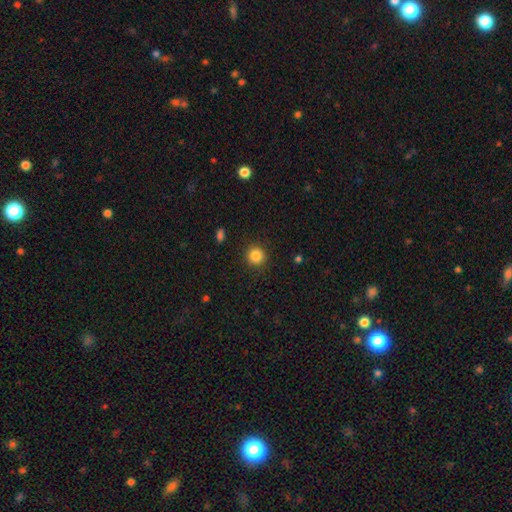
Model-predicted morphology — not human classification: This is clearly a smooth galaxy (85%). How rounded: clearly round (93%). Merging: clearly none (90%).